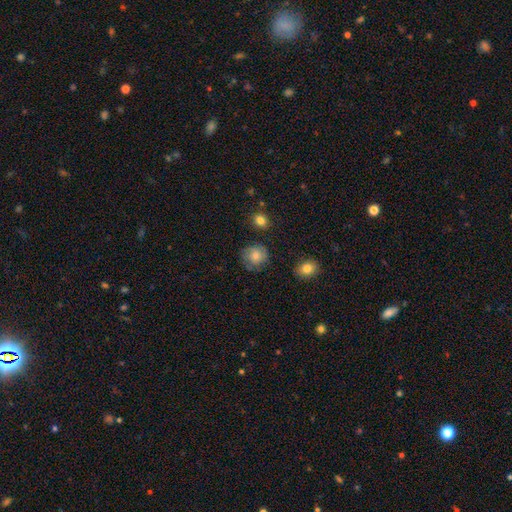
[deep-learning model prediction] smooth-or-featured: smooth: 74% | featured or disk: 17% | star or artifact: 9%
  how-rounded: round: 84% | in between: 15% | cigar-shaped: 1%
  merging: none: 72% | minor disturbance: 20% | major disturbance: 6% | merger: 2%